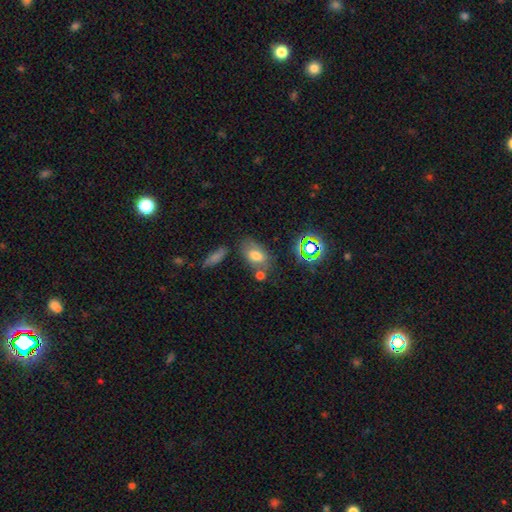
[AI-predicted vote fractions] Smooth or featured?
  - smooth: 67% *
  - featured or disk: 17%
  - star or artifact: 16%
How rounded?
  - in between: 87% *
  - round: 10%
  - cigar-shaped: 3%
Merging?
  - none: 59% *
  - minor disturbance: 20%
  - merger: 14%
  - major disturbance: 7%